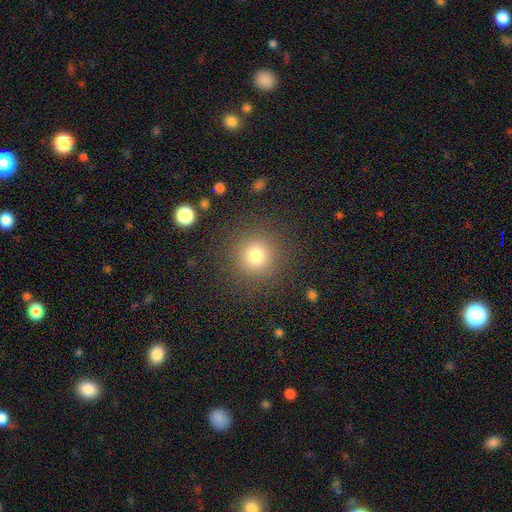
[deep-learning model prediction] Smooth or featured?
  - smooth: 78% *
  - star or artifact: 14%
  - featured or disk: 8%
How rounded?
  - round: 95% *
  - in between: 4%
  - cigar-shaped: 1%
Merging?
  - none: 88% *
  - minor disturbance: 7%
  - major disturbance: 4%
  - merger: 1%